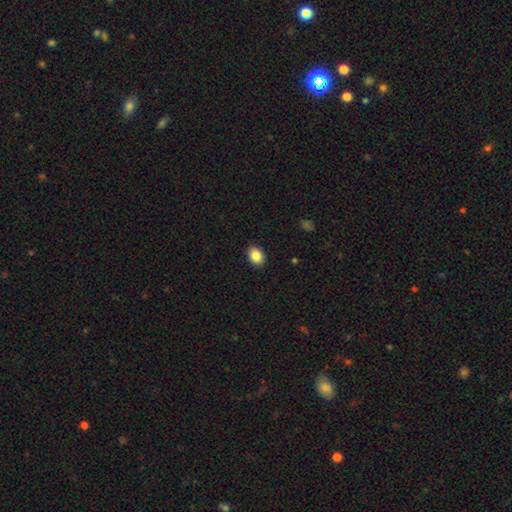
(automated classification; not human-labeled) smooth-or-featured: smooth: 86% | star or artifact: 9% | featured or disk: 5%
  how-rounded: in between: 68% | round: 31% | cigar-shaped: 1%
  merging: none: 90% | minor disturbance: 7% | major disturbance: 2% | merger: 1%